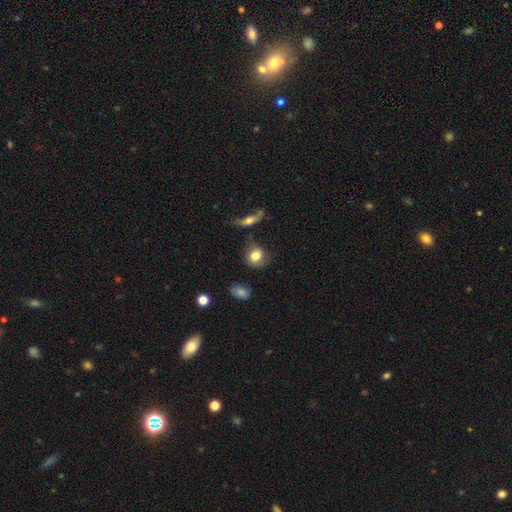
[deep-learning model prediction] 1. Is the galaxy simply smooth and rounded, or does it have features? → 76% smooth, 15% featured or disk, 9% star or artifact.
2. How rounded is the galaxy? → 72% round, 26% in between, 2% cigar-shaped.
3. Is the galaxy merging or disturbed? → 58% none, 22% minor disturbance, 12% major disturbance, 8% merger.